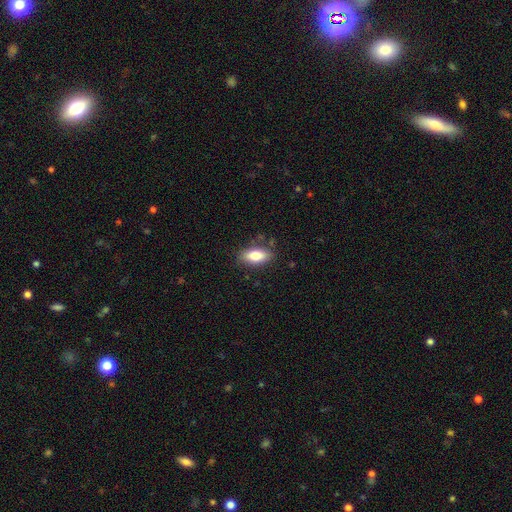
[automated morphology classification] Overall: smooth (78%). How rounded: in between (85%). Merging: none (83%).